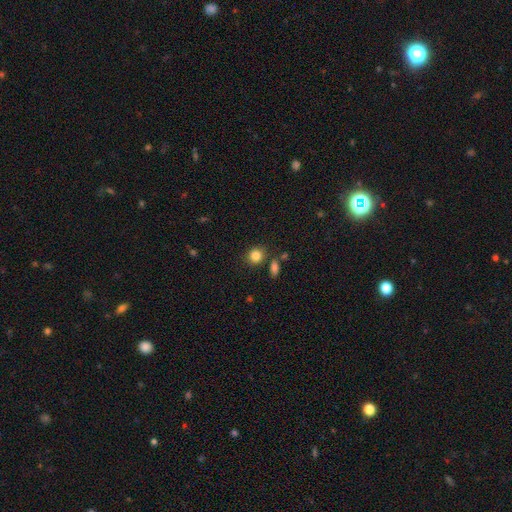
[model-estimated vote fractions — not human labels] This appears to be a smooth galaxy with no disk features (85%) that is round (77%). Merging: none (81%).